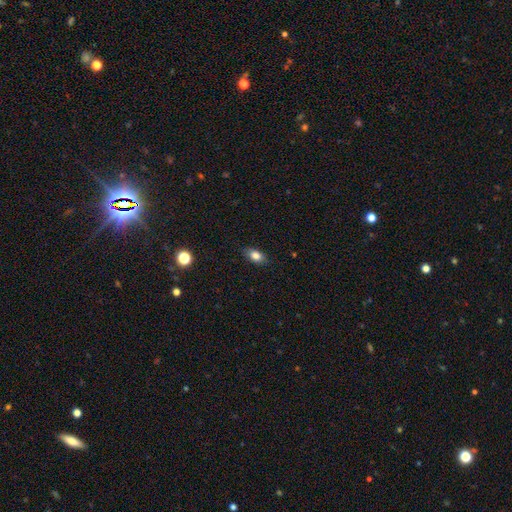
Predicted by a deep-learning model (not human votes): Smooth or featured? Predicted: smooth (p=0.81). How rounded? Predicted: in between (p=0.84). Merging? Predicted: none (p=0.86).